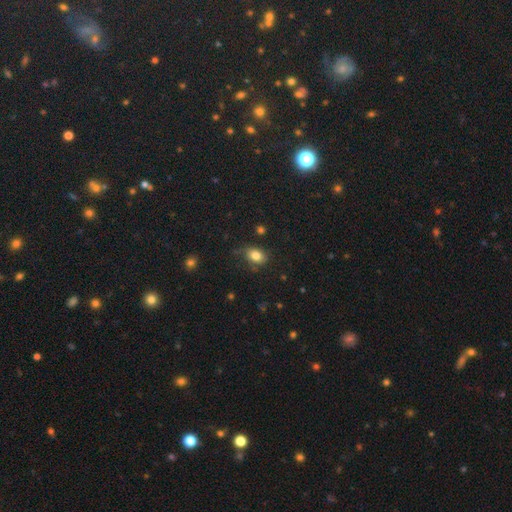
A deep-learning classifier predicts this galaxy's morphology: Smooth or featured? smooth (82%)
How rounded? in between (76%)
Merging? none (70%)